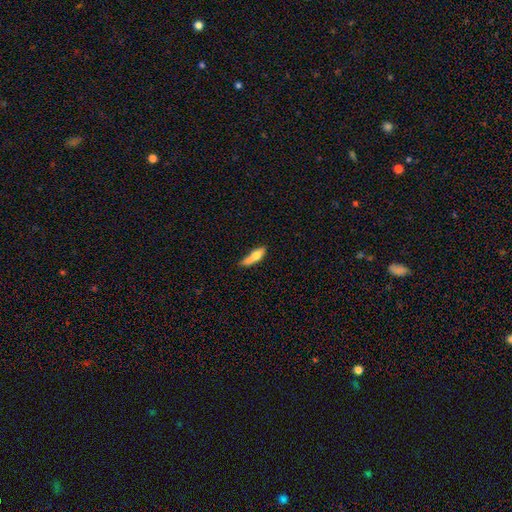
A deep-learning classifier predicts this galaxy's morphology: Q: Smooth or featured?
A: smooth (68%); runner-up: featured or disk (25%)
Q: How rounded?
A: cigar-shaped (49%); runner-up: in between (48%)
Q: Merging?
A: none (40%); runner-up: minor disturbance (30%)